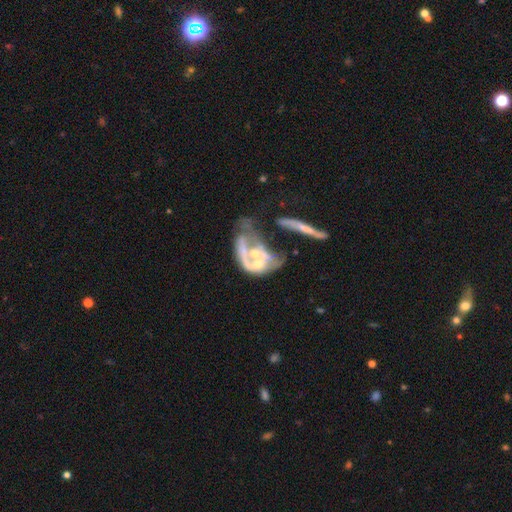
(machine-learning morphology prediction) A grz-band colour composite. It shows a featured or disk galaxy (67%) with no bar (81%), no spiral arms (69%) and a moderate central bulge (53%). Merging: merger (58%).